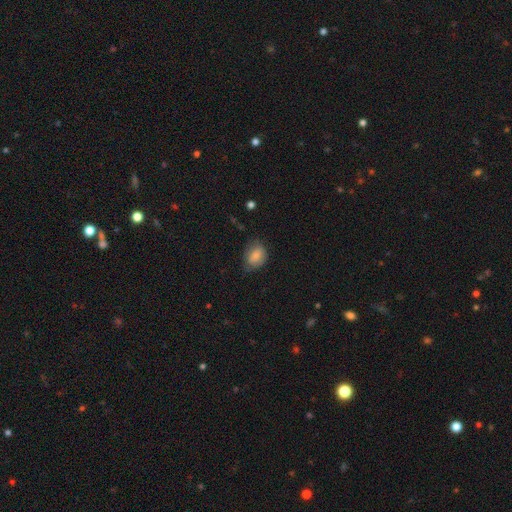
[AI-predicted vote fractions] Smooth or featured? Predicted: smooth (p=0.79). How rounded? Predicted: in between (p=0.72). Merging? Predicted: none (p=0.59).